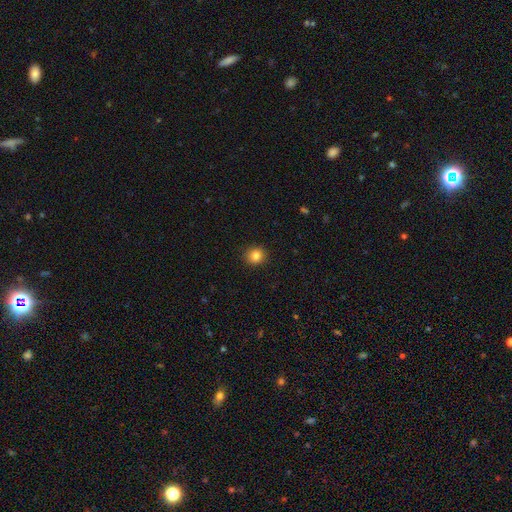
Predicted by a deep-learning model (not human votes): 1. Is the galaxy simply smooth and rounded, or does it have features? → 84% smooth, 11% star or artifact, 5% featured or disk.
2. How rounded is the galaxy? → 90% round, 9% in between, 1% cigar-shaped.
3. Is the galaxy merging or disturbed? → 92% none, 6% minor disturbance, 2% major disturbance, 1% merger.